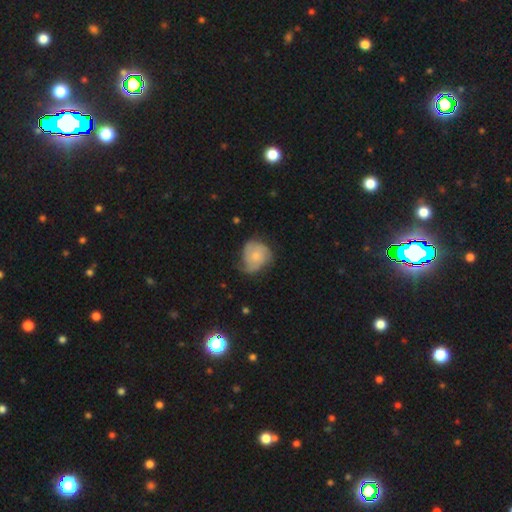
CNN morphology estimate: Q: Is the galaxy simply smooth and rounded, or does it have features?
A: featured or disk — 58%.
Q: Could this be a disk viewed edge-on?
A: no — 98%.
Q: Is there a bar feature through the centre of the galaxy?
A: no — 78%.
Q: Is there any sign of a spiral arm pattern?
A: yes — 87%.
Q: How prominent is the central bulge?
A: small — 52%.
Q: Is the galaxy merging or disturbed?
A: none — 53%.